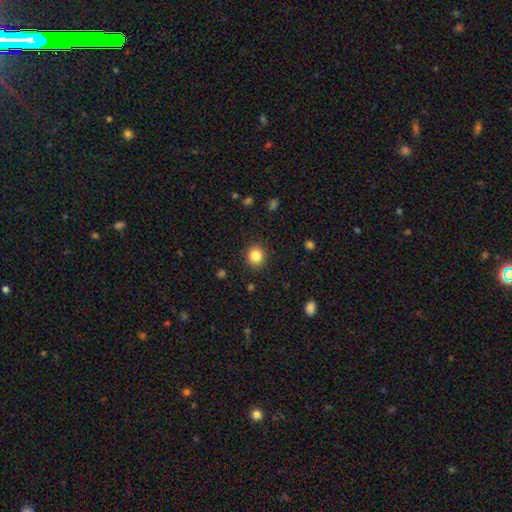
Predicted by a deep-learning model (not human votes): Q: Smooth or featured?
A: smooth (85%); runner-up: star or artifact (10%)
Q: How rounded?
A: round (87%); runner-up: in between (13%)
Q: Merging?
A: none (90%); runner-up: minor disturbance (6%)